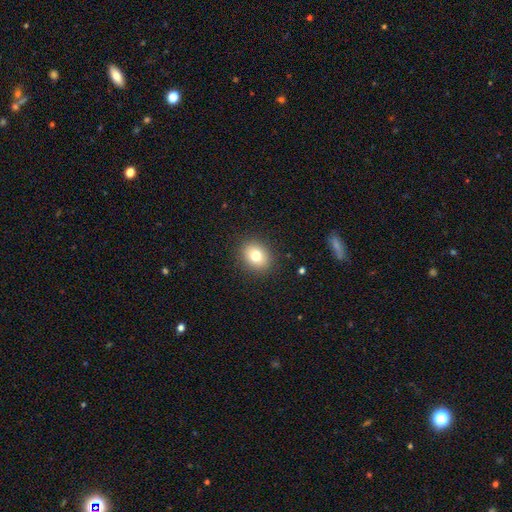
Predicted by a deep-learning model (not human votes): Smooth or featured?
  - smooth: 77% *
  - star or artifact: 12%
  - featured or disk: 11%
How rounded?
  - round: 58% *
  - in between: 41%
  - cigar-shaped: 1%
Merging?
  - none: 89% *
  - minor disturbance: 7%
  - major disturbance: 3%
  - merger: 1%